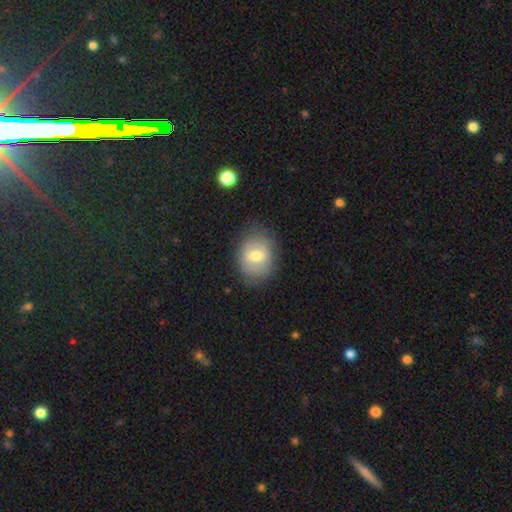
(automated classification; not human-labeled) A smooth galaxy with no disk features (57%) that is in between round and cigar-shaped (53%). Merging: none (76%).